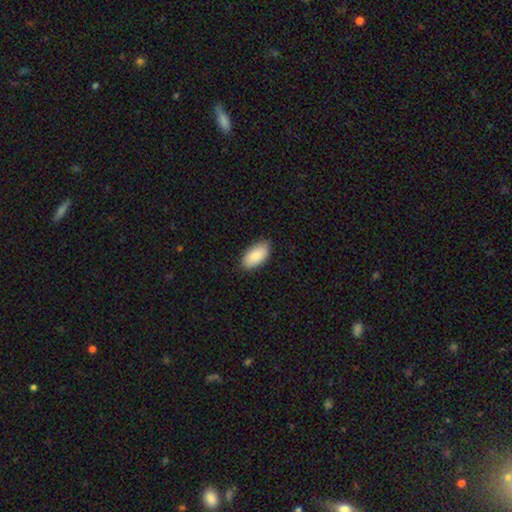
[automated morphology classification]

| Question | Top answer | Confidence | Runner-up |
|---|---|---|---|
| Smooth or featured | smooth | 88% | featured or disk (6%) |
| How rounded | in between | 95% | cigar-shaped (3%) |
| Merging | none | 87% | minor disturbance (11%) |